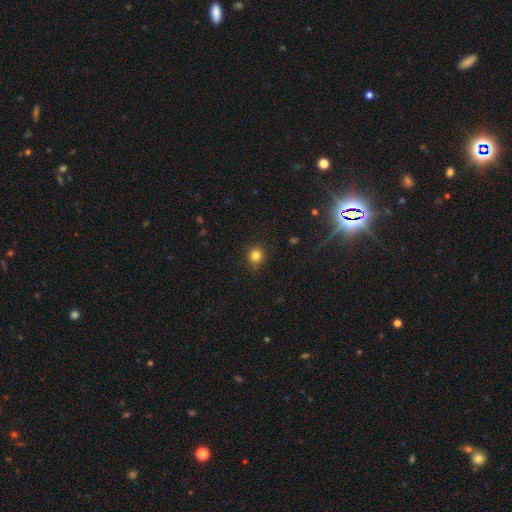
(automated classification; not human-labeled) A smooth galaxy with no disk features (82%) that is round (89%). Merging: none (88%).